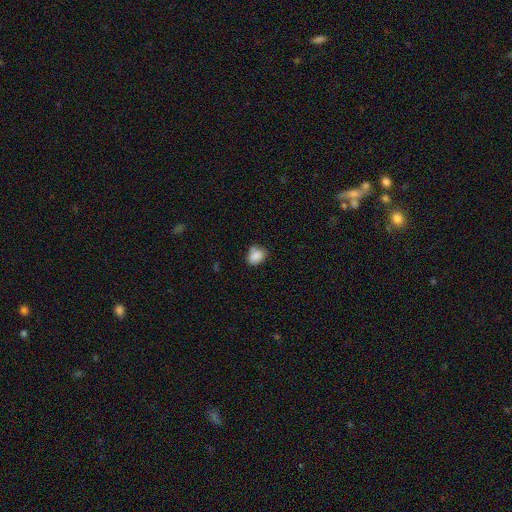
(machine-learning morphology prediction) smooth_or_featured: smooth (p=0.87) [alt: star or artifact p=0.09]
how_rounded: in between (p=0.57) [alt: round p=0.41]
merging: none (p=0.66) [alt: minor disturbance p=0.21]